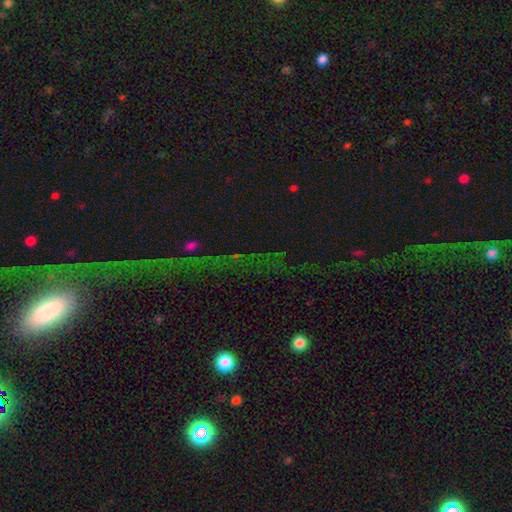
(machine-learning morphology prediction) star or artifact 73%, featured or disk 14%, smooth 13%.